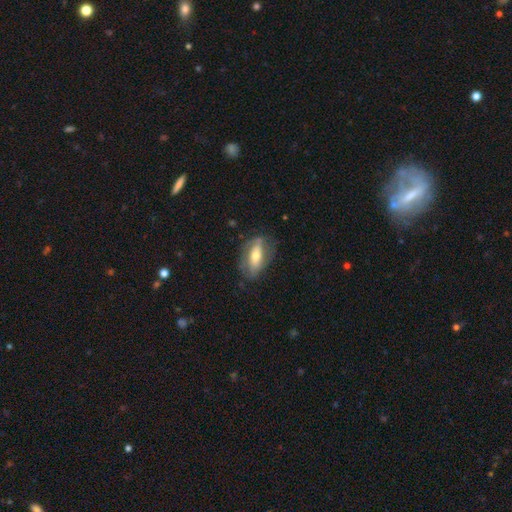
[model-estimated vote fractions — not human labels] Q: Smooth or featured?
A: featured or disk (53%); runner-up: smooth (41%)
Q: Edge-on disk?
A: no (75%); runner-up: yes (25%)
Q: Merging?
A: none (67%); runner-up: minor disturbance (22%)